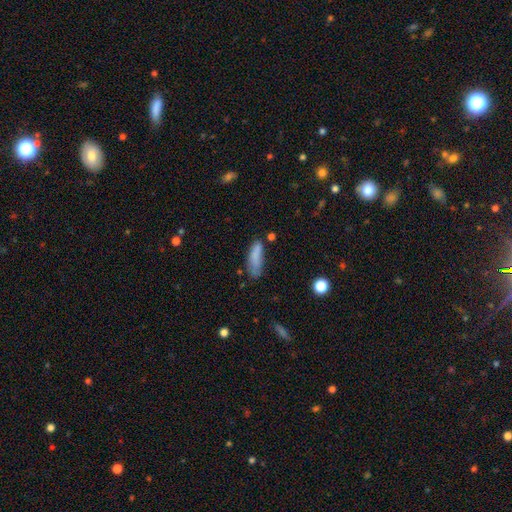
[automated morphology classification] The model was most divided on "how rounded" (2-way tie): cigar-shaped: 49%, in between: 49%, round: 2%. More confident: smooth or featured — smooth (79%); merging — none (51%).